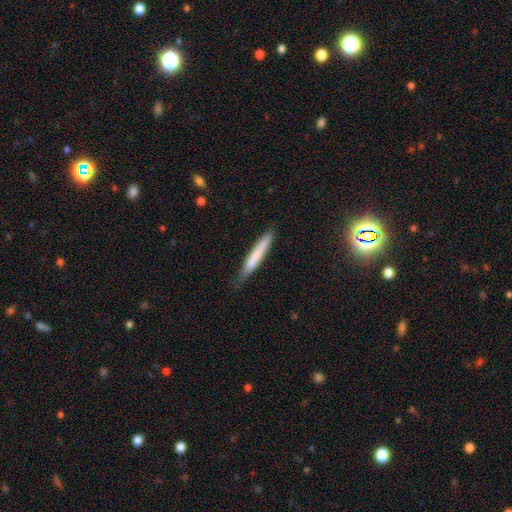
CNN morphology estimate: smooth 73%, featured or disk 21%, star or artifact 6%. Down the decision tree: how rounded — cigar-shaped (95%); merging — none (78%).